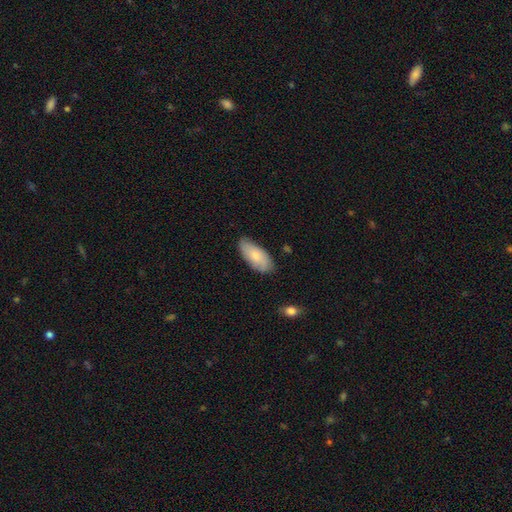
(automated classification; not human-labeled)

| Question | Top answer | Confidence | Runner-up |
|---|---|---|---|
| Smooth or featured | smooth | 75% | featured or disk (19%) |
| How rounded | in between | 90% | cigar-shaped (8%) |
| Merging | none | 76% | minor disturbance (19%) |